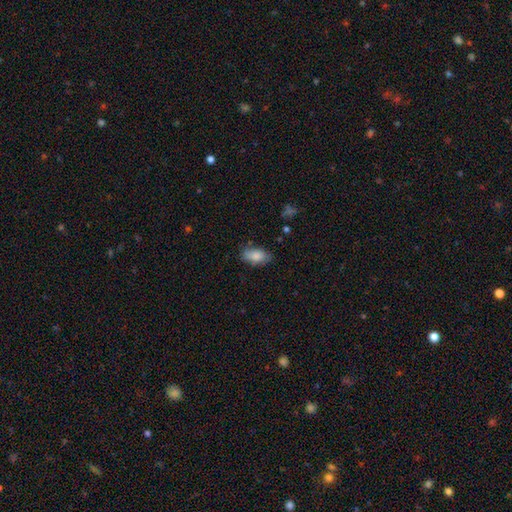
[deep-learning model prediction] Overall: smooth (81%). How rounded: in between (90%). Merging: none (72%).